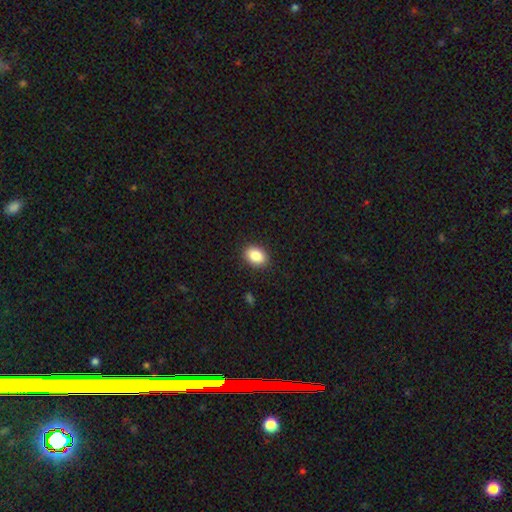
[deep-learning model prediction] Overall: smooth (87%). How rounded: in between (77%). Merging: none (90%).